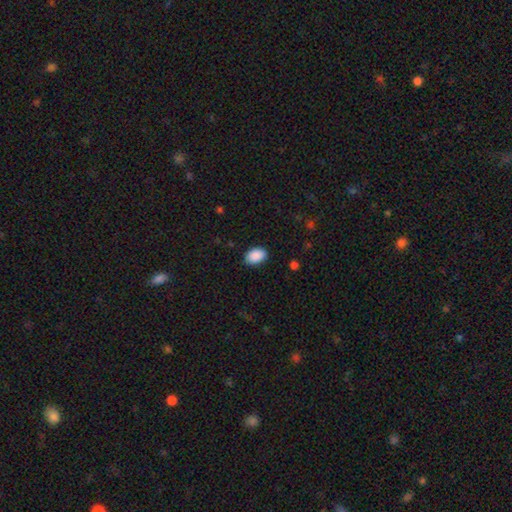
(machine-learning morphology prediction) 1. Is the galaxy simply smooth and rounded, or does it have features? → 90% smooth, 7% star or artifact, 3% featured or disk.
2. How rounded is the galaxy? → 88% in between, 11% round, 1% cigar-shaped.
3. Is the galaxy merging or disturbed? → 86% none, 11% minor disturbance, 2% major disturbance, 1% merger.